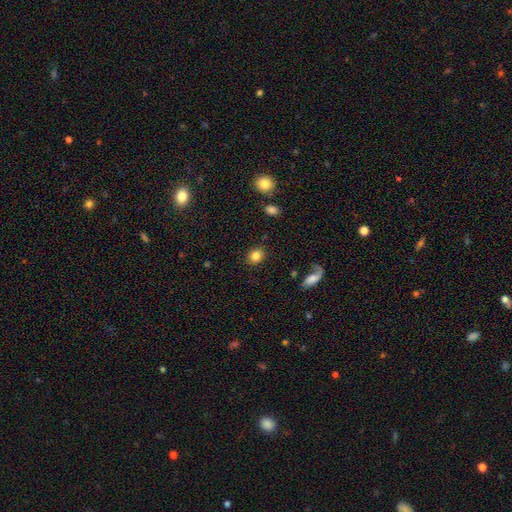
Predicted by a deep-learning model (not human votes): smooth-or-featured: smooth: 83% | star or artifact: 9% | featured or disk: 8%
  how-rounded: round: 66% | in between: 32% | cigar-shaped: 1%
  merging: none: 87% | minor disturbance: 8% | major disturbance: 3% | merger: 2%